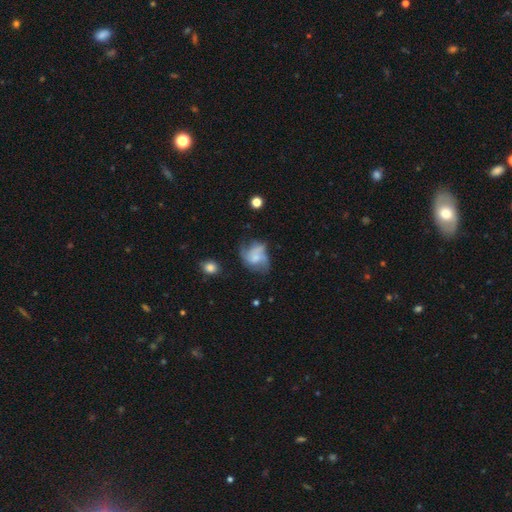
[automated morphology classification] Overall: featured or disk (54%; smooth 36%). Edge-on disk: no (97%). Bar: no (73%). Spiral arms: yes (70%; no 30%). Bulge size: small (39%; moderate 28%). Merging: none (39%; major disturbance 28%).